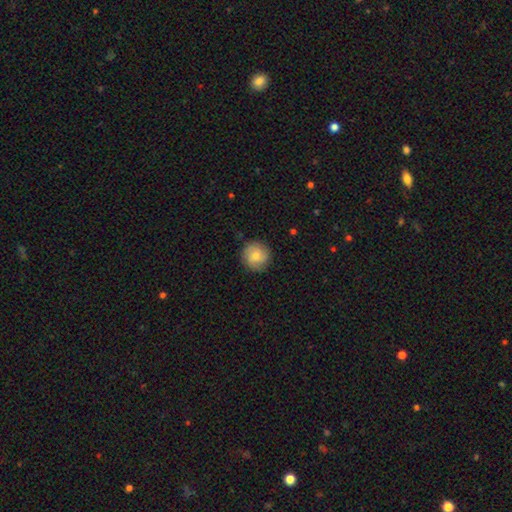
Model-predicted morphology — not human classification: A smooth galaxy with no disk features (62%) that is round (93%). Merging: none (86%).